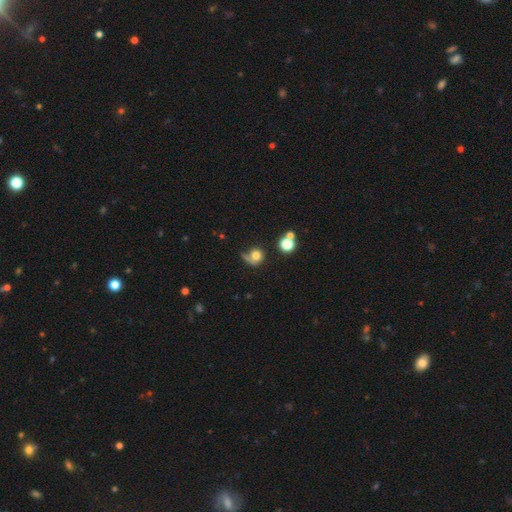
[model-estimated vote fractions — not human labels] smooth_or_featured: smooth (p=0.63) [alt: featured or disk p=0.25]
how_rounded: round (p=0.79) [alt: in between p=0.20]
merging: none (p=0.38) [alt: major disturbance p=0.31]